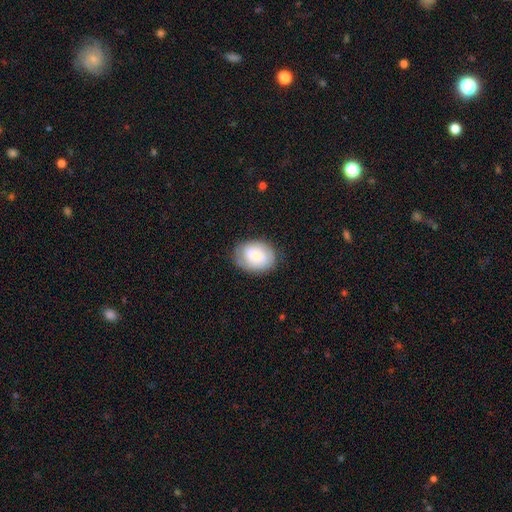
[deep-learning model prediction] Smooth or featured?
  - smooth: 52% *
  - featured or disk: 41%
  - star or artifact: 7%
How rounded?
  - in between: 67% *
  - round: 32%
  - cigar-shaped: 1%
Merging?
  - none: 76% *
  - minor disturbance: 17%
  - major disturbance: 5%
  - merger: 1%